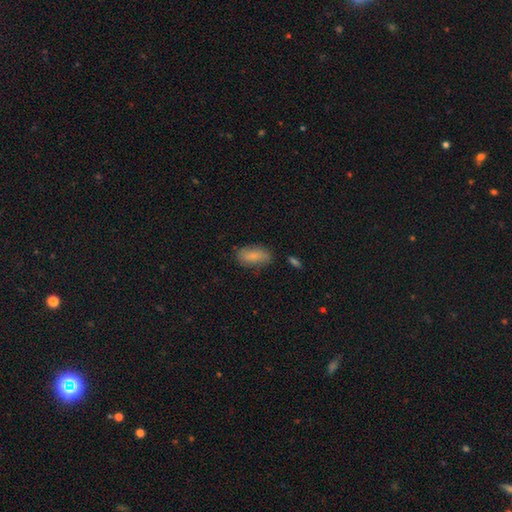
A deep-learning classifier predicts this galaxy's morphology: Smooth or featured: smooth — 82% (featured or disk — 11%)
How rounded: in between — 91% (cigar-shaped — 5%)
Merging: none — 70% (minor disturbance — 22%)